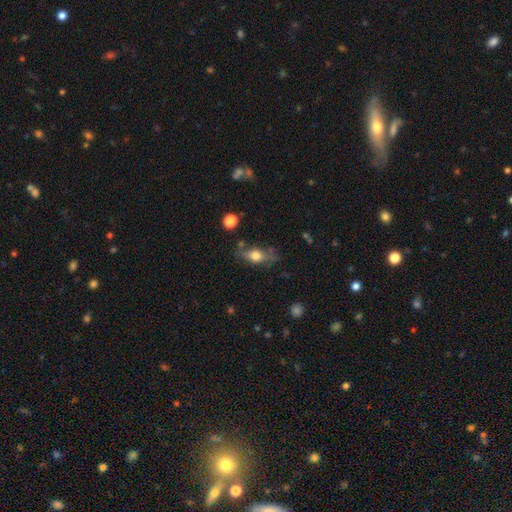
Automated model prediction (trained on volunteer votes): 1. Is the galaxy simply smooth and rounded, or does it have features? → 64% smooth, 28% featured or disk, 8% star or artifact.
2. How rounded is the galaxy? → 72% in between, 18% cigar-shaped, 10% round.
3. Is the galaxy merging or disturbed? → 65% none, 22% minor disturbance, 8% major disturbance, 5% merger.